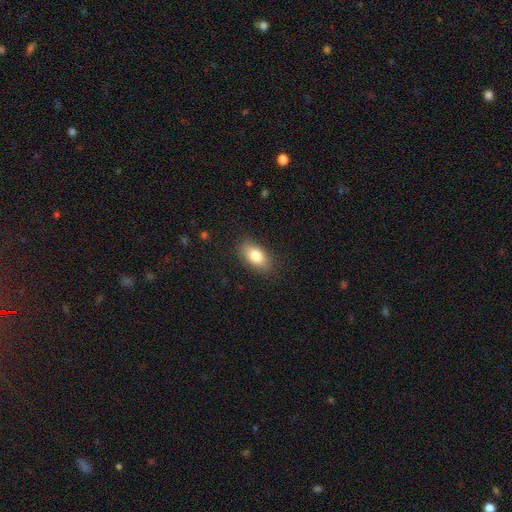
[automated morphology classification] smooth 82%, featured or disk 10%, star or artifact 7%. Down the decision tree: how rounded — in between (90%); merging — none (85%).